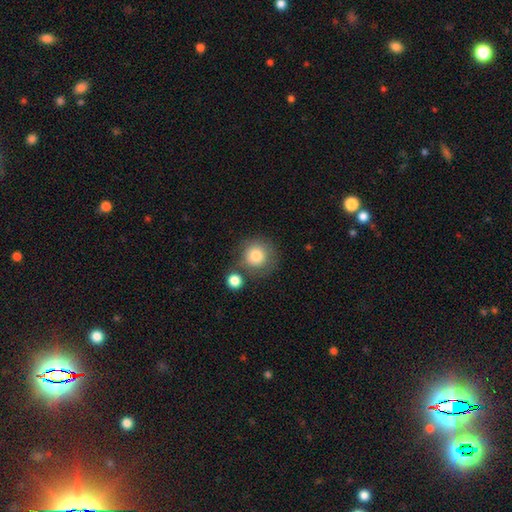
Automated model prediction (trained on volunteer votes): Smooth or featured? smooth (83%)
How rounded? round (92%)
Merging? none (66%)